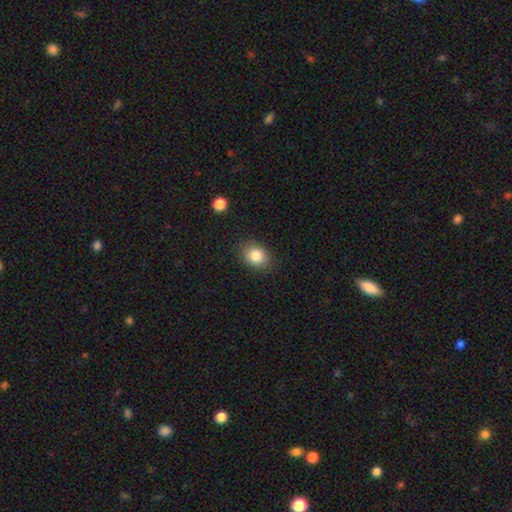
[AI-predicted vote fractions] This is clearly a smooth galaxy (83%). How rounded: possibly in between (53%). Merging: clearly none (86%).